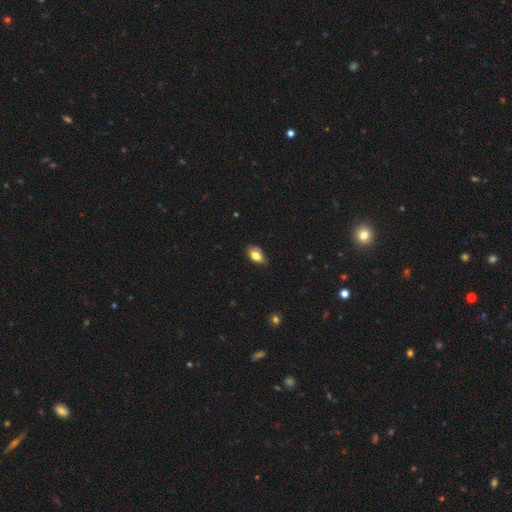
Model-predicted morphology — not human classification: smooth-or-featured: smooth: 77% | featured or disk: 15% | star or artifact: 8%
  how-rounded: in between: 88% | round: 9% | cigar-shaped: 3%
  merging: none: 58% | minor disturbance: 33% | major disturbance: 6% | merger: 2%